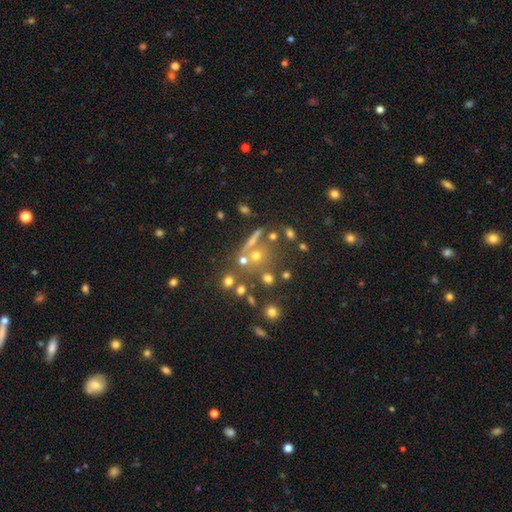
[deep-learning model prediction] Morphology: type=smooth (40%); merging=none (59%).